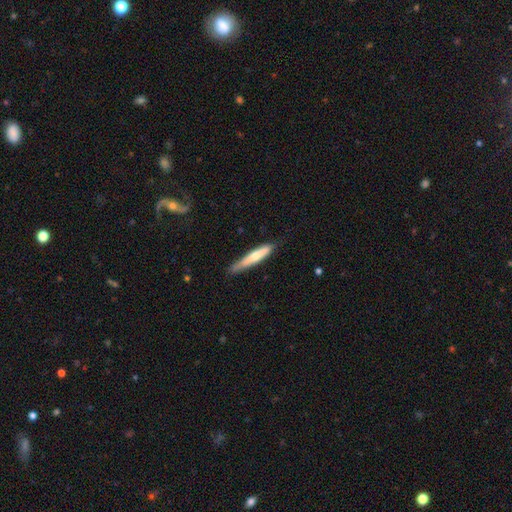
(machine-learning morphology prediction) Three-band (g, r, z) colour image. It shows a smooth galaxy with no disk features (62%) that is cigar-shaped (91%). Merging: none (72%).